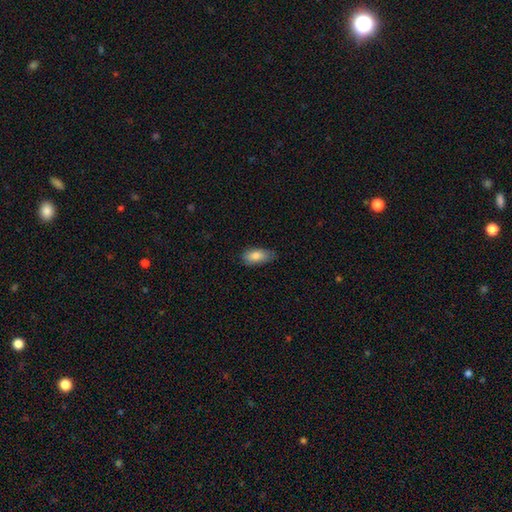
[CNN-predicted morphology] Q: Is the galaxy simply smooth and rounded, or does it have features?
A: smooth — 83%.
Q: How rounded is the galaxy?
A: in between — 89%.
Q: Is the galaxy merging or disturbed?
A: none — 73%.